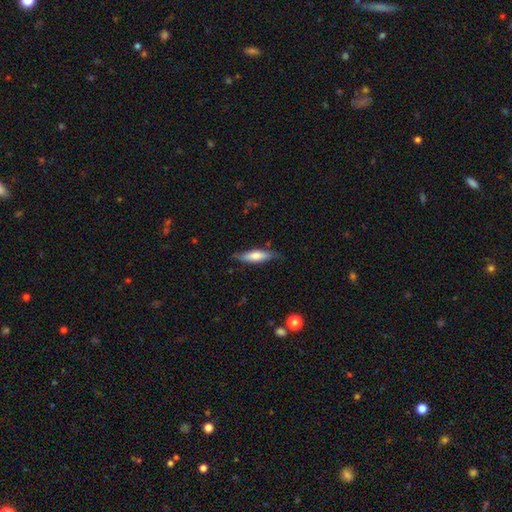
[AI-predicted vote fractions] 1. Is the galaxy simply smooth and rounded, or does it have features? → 61% smooth, 33% featured or disk, 6% star or artifact.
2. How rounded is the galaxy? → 59% cigar-shaped, 39% in between, 2% round.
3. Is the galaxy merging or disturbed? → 74% none, 21% minor disturbance, 4% major disturbance, 2% merger.